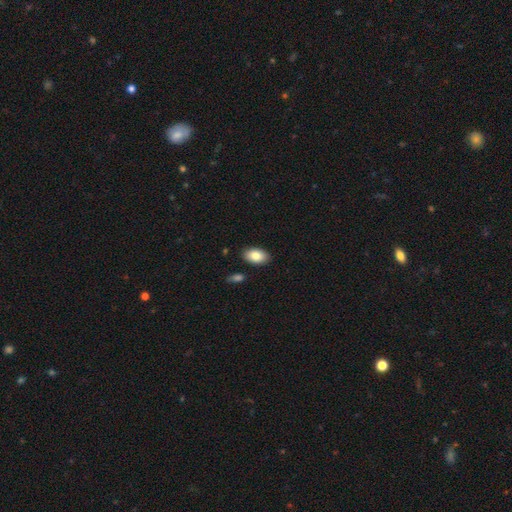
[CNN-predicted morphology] A smooth galaxy with no disk features (84%) that is in between round and cigar-shaped (94%). Merging: none (87%).